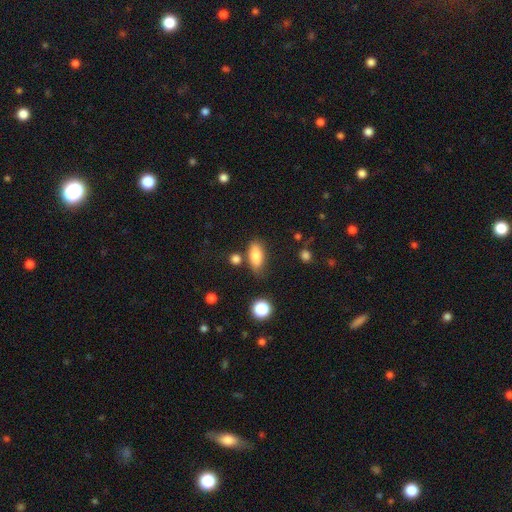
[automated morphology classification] A smooth galaxy with no disk features (83%) that is in between round and cigar-shaped (81%). Merging: none (71%).